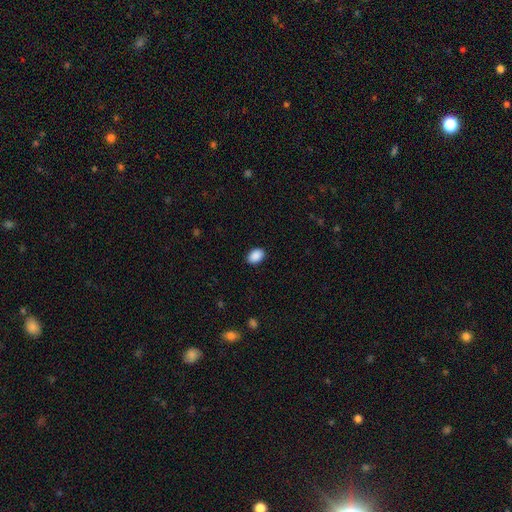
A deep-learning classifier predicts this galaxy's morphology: A smooth galaxy with no disk features (90%) that is in between round and cigar-shaped (81%). Merging: none (90%).